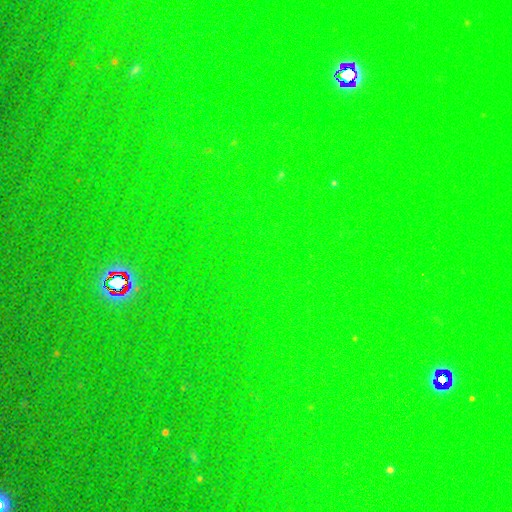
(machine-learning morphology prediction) Smooth or featured? star or artifact (78%)